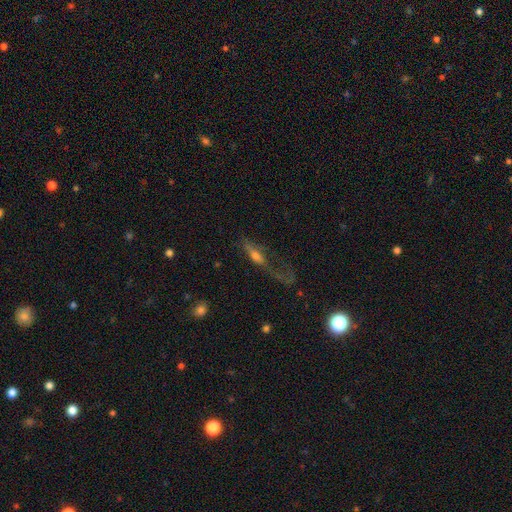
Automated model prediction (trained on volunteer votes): Q: Smooth or featured?
A: smooth (45%); runner-up: featured or disk (44%)
Q: Merging?
A: major disturbance (55%); runner-up: none (25%)